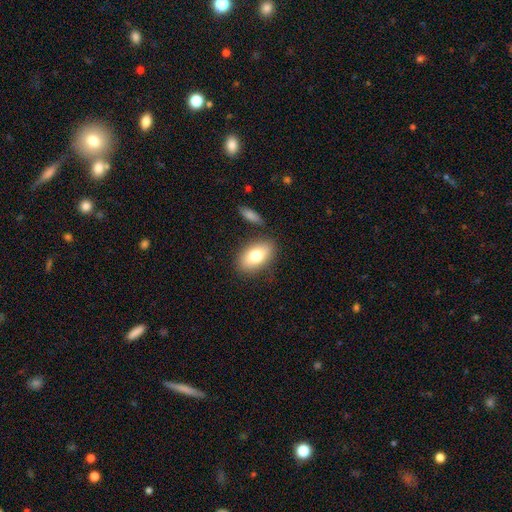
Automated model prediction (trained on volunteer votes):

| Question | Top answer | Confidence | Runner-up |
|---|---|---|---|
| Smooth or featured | smooth | 77% | featured or disk (16%) |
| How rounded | in between | 89% | round (8%) |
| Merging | none | 78% | minor disturbance (12%) |